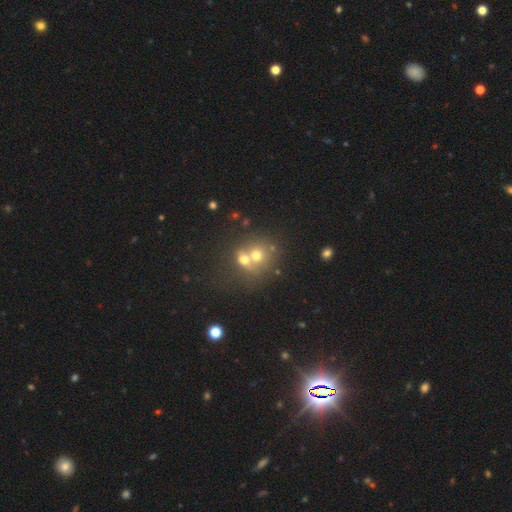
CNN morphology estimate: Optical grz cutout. It shows a smooth galaxy with no disk features (57%) that is round (79%). Merging: merger (56%).